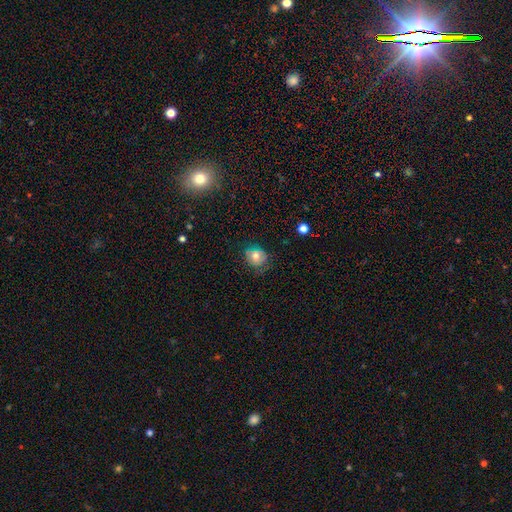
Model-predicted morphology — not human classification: Smooth or featured?
  - smooth: 65% *
  - featured or disk: 22%
  - star or artifact: 13%
How rounded?
  - round: 72% *
  - in between: 27%
  - cigar-shaped: 1%
Merging?
  - none: 70% *
  - minor disturbance: 21%
  - major disturbance: 7%
  - merger: 2%